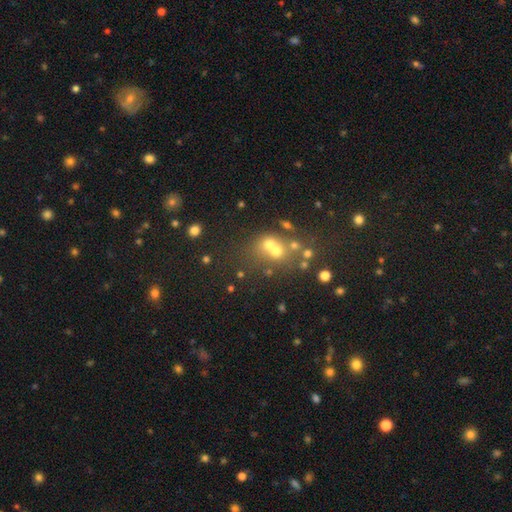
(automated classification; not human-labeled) A smooth galaxy with no disk features (41%, tied with star or artifact). Merging: none (50%).